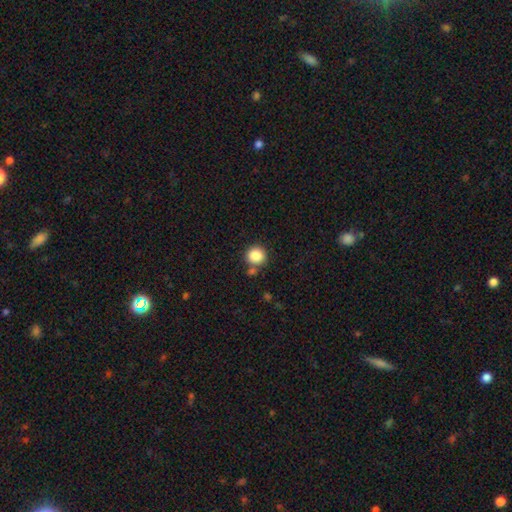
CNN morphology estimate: smooth_or_featured: smooth (p=0.86) [alt: star or artifact p=0.09]
how_rounded: round (p=0.91) [alt: in between p=0.08]
merging: none (p=0.75) [alt: merger p=0.12]